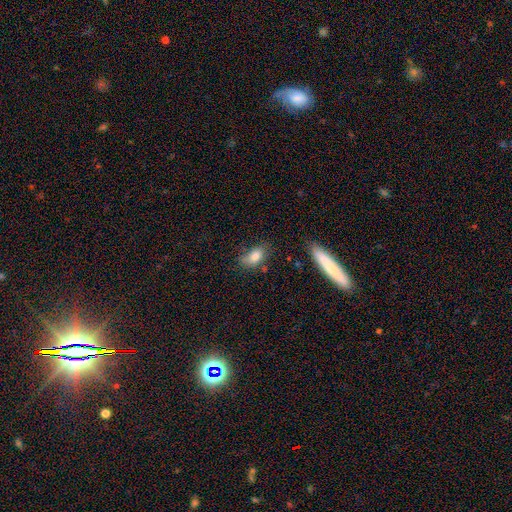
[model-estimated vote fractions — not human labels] The model was most divided on "merging": none: 63%, minor disturbance: 26%, major disturbance: 7%, merger: 4%. More confident: how rounded — in between (88%); smooth or featured — smooth (82%).